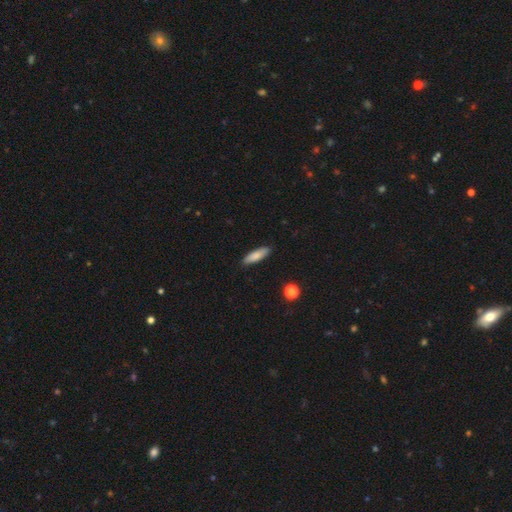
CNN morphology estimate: The model was most divided on "how rounded": cigar-shaped: 51%, in between: 47%, round: 2%. More confident: merging — none (87%); smooth or featured — smooth (82%).